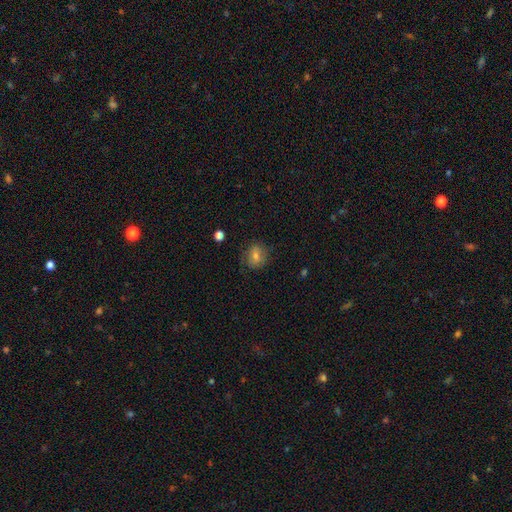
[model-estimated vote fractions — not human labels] Smooth or featured? smooth (60%)
How rounded? round (69%)
Merging? none (78%)